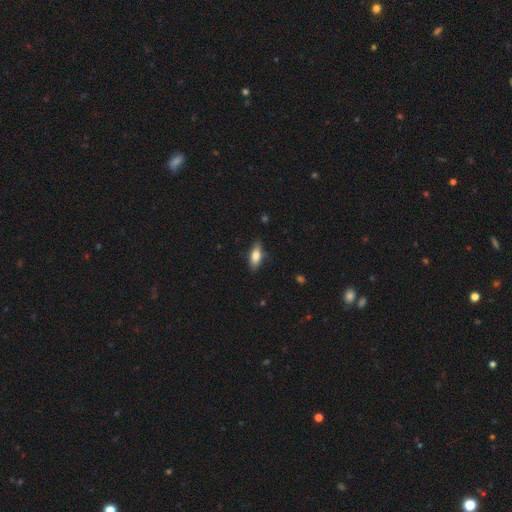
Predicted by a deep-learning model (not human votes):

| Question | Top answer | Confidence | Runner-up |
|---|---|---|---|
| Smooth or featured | smooth | 74% | featured or disk (20%) |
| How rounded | in between | 73% | cigar-shaped (24%) |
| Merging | none | 82% | minor disturbance (14%) |